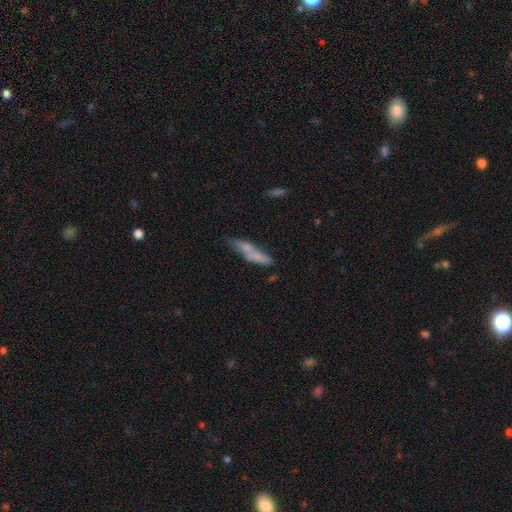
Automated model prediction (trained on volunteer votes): smooth-or-featured: smooth: 63% | featured or disk: 29% | star or artifact: 8%
  how-rounded: cigar-shaped: 76% | in between: 21% | round: 2%
  merging: none: 46% | merger: 24% | minor disturbance: 20% | major disturbance: 10%